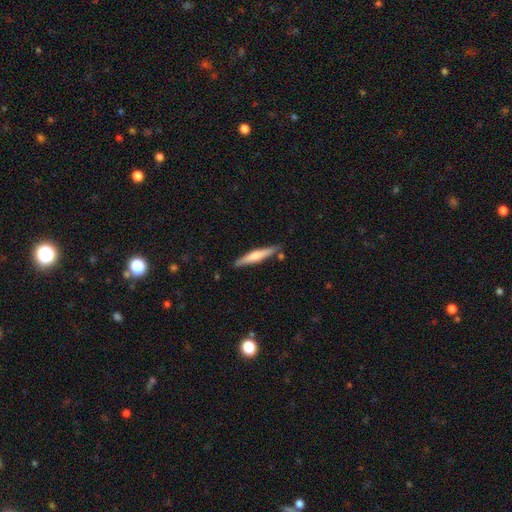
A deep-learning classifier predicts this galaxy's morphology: smooth-or-featured: smooth: 53% | featured or disk: 42% | star or artifact: 5%
  how-rounded: cigar-shaped: 92% | in between: 6% | round: 1%
  merging: none: 85% | minor disturbance: 10% | merger: 3% | major disturbance: 2%